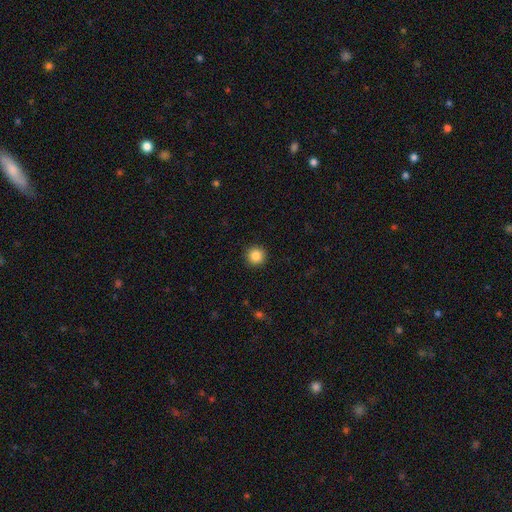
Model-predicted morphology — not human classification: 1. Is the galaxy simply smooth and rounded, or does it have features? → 86% smooth, 10% star or artifact, 4% featured or disk.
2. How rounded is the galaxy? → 96% round, 3% in between, 1% cigar-shaped.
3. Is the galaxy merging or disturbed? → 93% none, 5% minor disturbance, 2% major disturbance, 1% merger.